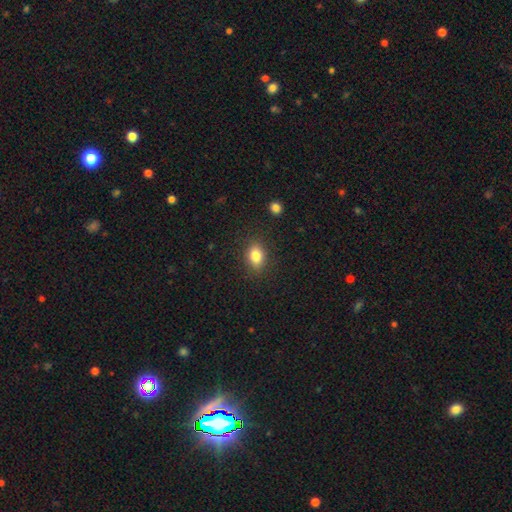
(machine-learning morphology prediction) type=smooth (83%); roundness=in between (73%); merging=none (86%).